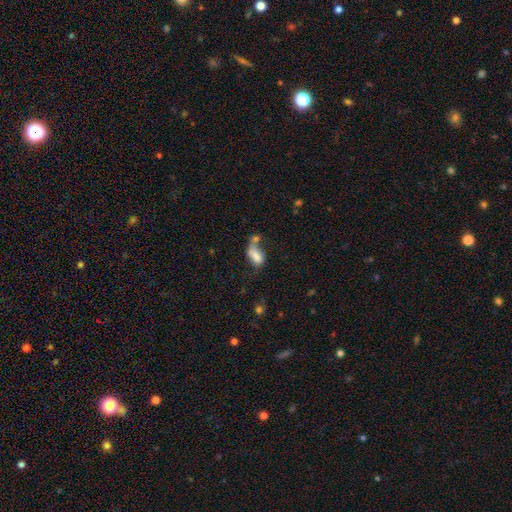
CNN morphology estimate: Overall: smooth (73%). How rounded: in between (87%). Merging: merger (38%; none 25%).